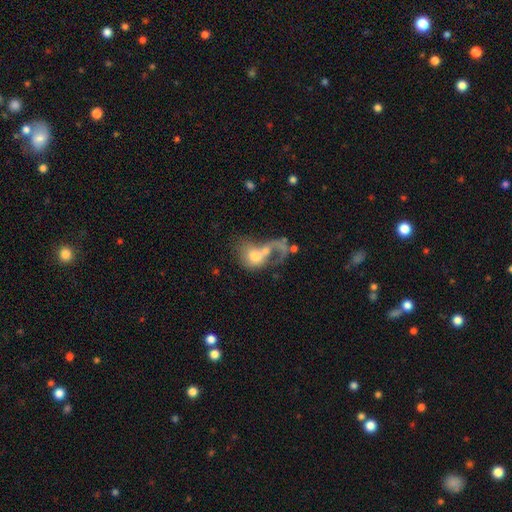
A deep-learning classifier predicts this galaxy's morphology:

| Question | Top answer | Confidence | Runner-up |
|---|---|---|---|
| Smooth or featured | smooth | 49% | featured or disk (43%) |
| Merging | merger | 47% | major disturbance (33%) |